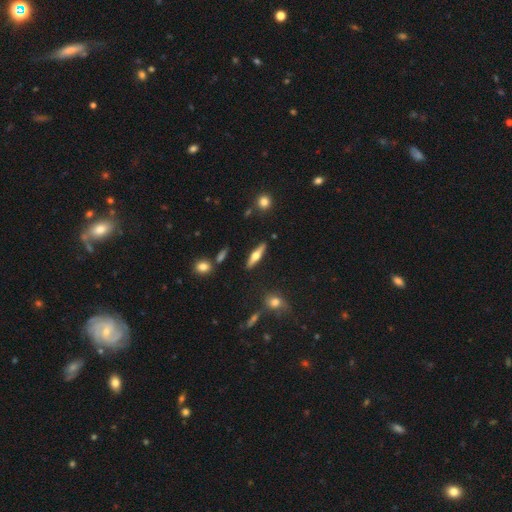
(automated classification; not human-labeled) Overall: featured or disk (60%; smooth 34%). Edge-on disk: yes (95%). Edge-on bulge: rounded (94%). Merging: none (86%).